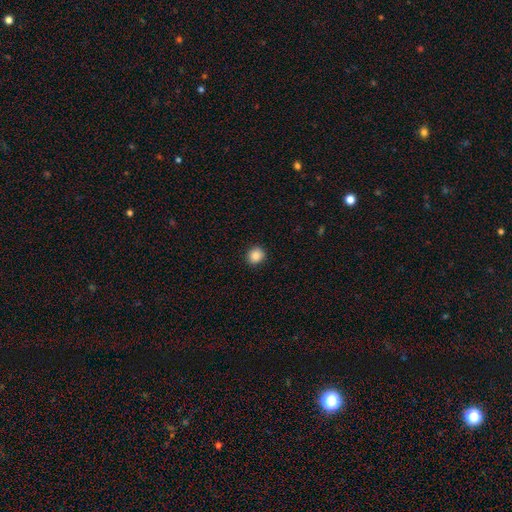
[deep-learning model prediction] A smooth galaxy with no disk features (88%) that is round (84%).

Vote fractions:
- Smooth or featured? smooth: 88% / star or artifact: 9% / featured or disk: 3%
- How rounded? round: 84% / in between: 15% / cigar-shaped: 1%
- Merging? none: 91% / minor disturbance: 6% / major disturbance: 2% / merger: 1%